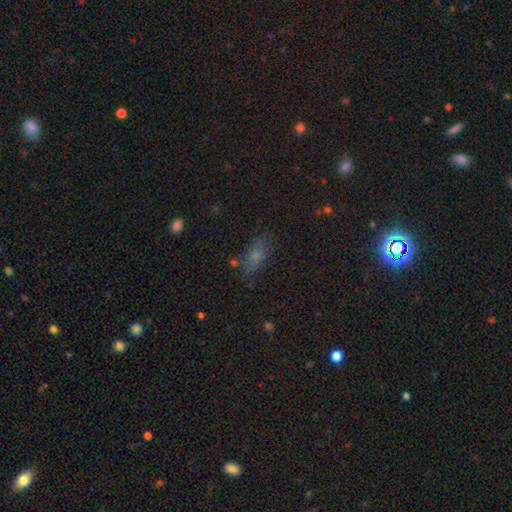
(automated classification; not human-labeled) A smooth galaxy with no disk features (65%) that is in between round and cigar-shaped (76%). Merging: none (71%).